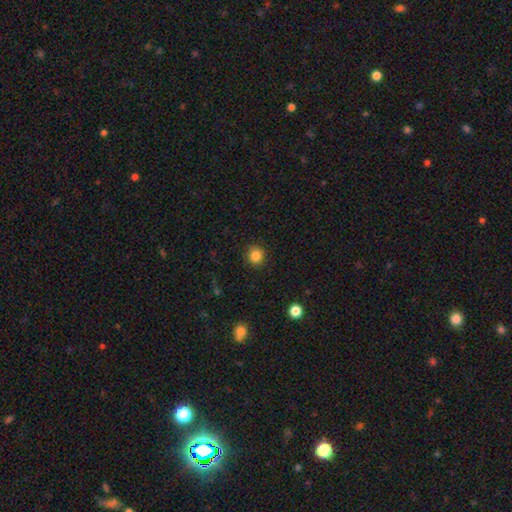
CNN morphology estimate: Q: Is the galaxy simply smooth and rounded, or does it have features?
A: smooth — 84%.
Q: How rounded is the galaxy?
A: round — 88%.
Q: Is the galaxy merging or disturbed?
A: none — 89%.